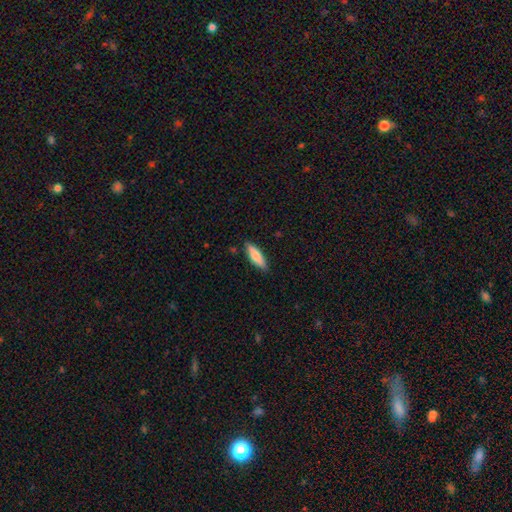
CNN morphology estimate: smooth-or-featured: smooth: 78% | featured or disk: 16% | star or artifact: 6%
  how-rounded: cigar-shaped: 56% | in between: 42% | round: 2%
  merging: none: 85% | minor disturbance: 11% | major disturbance: 2% | merger: 1%